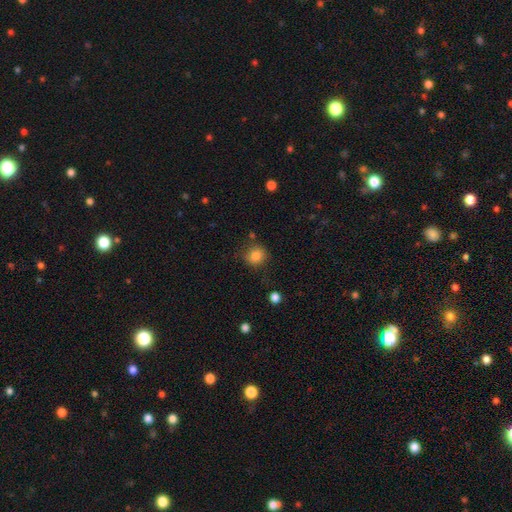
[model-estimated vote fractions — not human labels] A smooth galaxy with no disk features (83%) that is round (85%).

Vote fractions:
- Smooth or featured? smooth: 83% / star or artifact: 11% / featured or disk: 6%
- How rounded? round: 85% / in between: 14% / cigar-shaped: 1%
- Merging? none: 80% / minor disturbance: 13% / major disturbance: 4% / merger: 3%